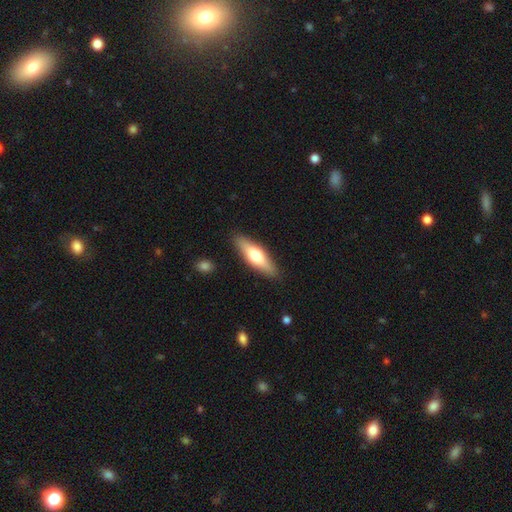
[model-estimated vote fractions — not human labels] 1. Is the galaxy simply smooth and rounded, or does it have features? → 57% smooth, 38% featured or disk, 5% star or artifact.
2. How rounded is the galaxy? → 56% cigar-shaped, 42% in between, 2% round.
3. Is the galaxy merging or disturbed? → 88% none, 9% minor disturbance, 2% major disturbance, 1% merger.